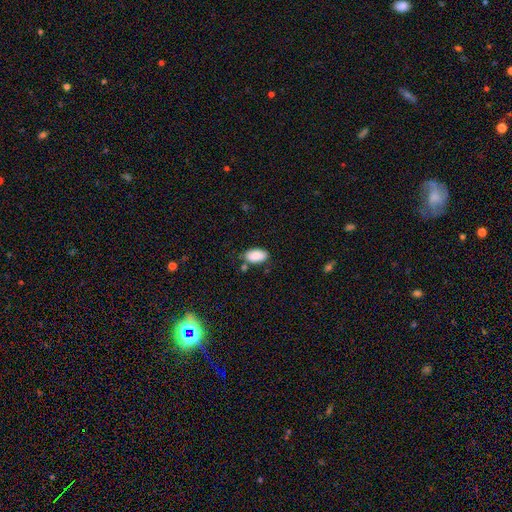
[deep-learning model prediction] A smooth galaxy with no disk features (89%) that is in between round and cigar-shaped (95%).

Vote fractions:
- Smooth or featured? smooth: 89% / star or artifact: 7% / featured or disk: 4%
- How rounded? in between: 95% / round: 3% / cigar-shaped: 2%
- Merging? none: 74% / minor disturbance: 16% / merger: 6% / major disturbance: 4%